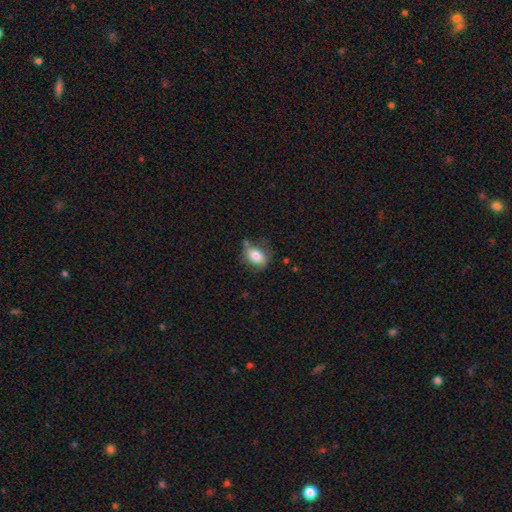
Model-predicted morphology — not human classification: Smooth or featured? Predicted: smooth (p=0.79). How rounded? Predicted: in between (p=0.81). Merging? Predicted: none (p=0.57).